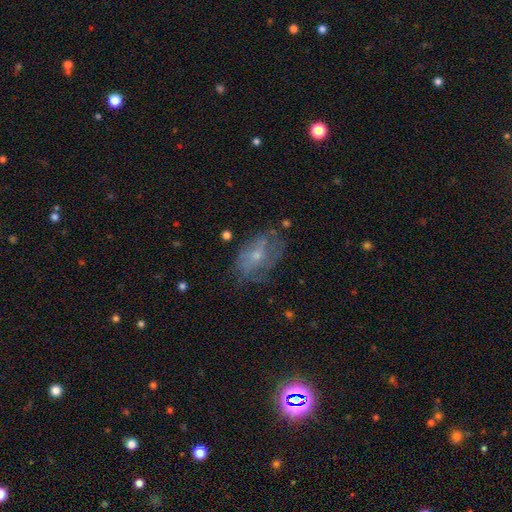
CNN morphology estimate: Overall: featured or disk (54%; smooth 36%). Edge-on disk: no (95%). Bar: no (72%). Spiral arms: no (50%, tied with yes). Bulge size: small (58%; moderate 34%). Merging: none (53%; minor disturbance 26%).